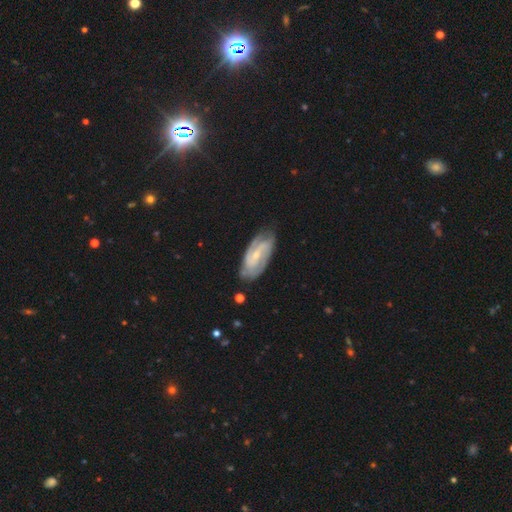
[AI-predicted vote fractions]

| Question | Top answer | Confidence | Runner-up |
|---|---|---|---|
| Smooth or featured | featured or disk | 84% | smooth (11%) |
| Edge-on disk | no | 95% | yes (5%) |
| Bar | weak | 46% | no (32%) |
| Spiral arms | yes | 96% | no (4%) |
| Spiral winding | medium | 44% | tight (42%) |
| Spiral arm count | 2 | 69% | can't tell (12%) |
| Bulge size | small | 70% | moderate (24%) |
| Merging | none | 75% | minor disturbance (19%) |